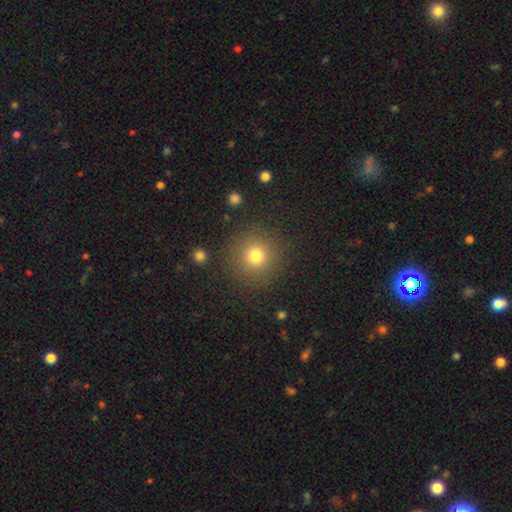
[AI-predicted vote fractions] This is likely a smooth galaxy (77%). How rounded: clearly round (94%). Merging: clearly none (88%).